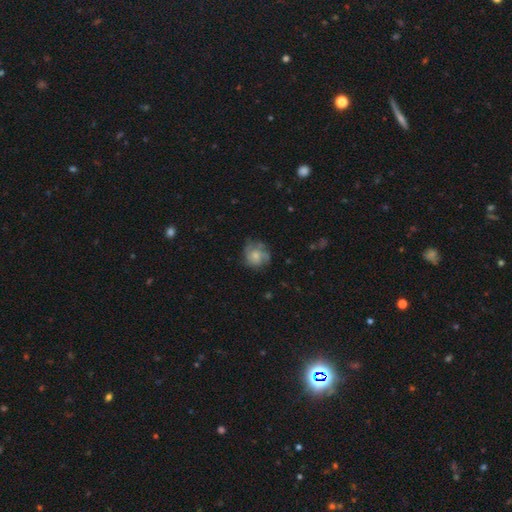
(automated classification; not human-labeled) A smooth galaxy with no disk features (50%) that is round (77%).

Vote fractions:
- Smooth or featured? smooth: 50% / featured or disk: 40% / star or artifact: 9%
- How rounded? round: 77% / in between: 23% / cigar-shaped: 1%
- Merging? none: 61% / minor disturbance: 25% / major disturbance: 12% / merger: 2%